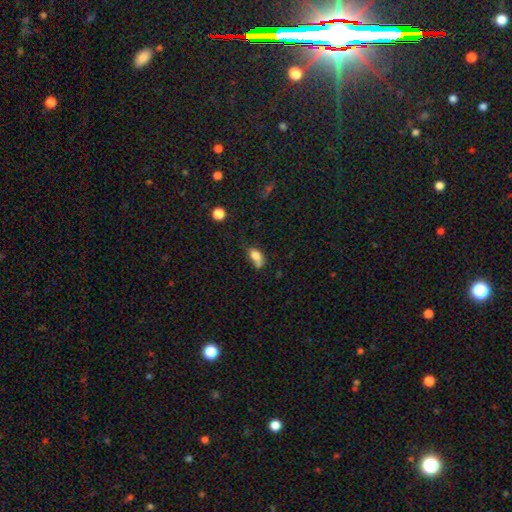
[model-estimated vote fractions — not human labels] Smooth or featured? smooth (75%)
How rounded? in between (75%)
Merging? none (32%)